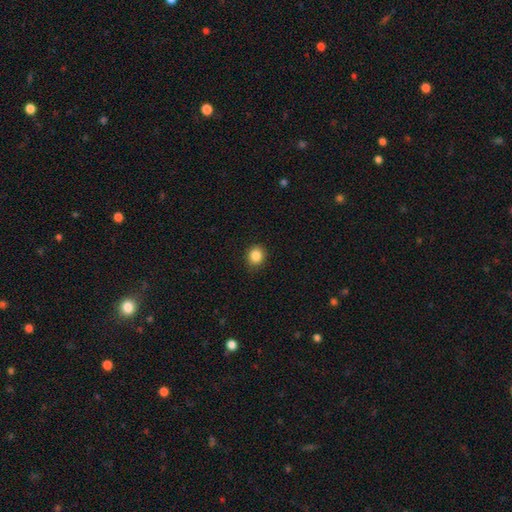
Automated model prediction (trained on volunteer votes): smooth_or_featured: smooth (p=0.86) [alt: star or artifact p=0.10]
how_rounded: round (p=0.78) [alt: in between p=0.22]
merging: none (p=0.87) [alt: minor disturbance p=0.10]